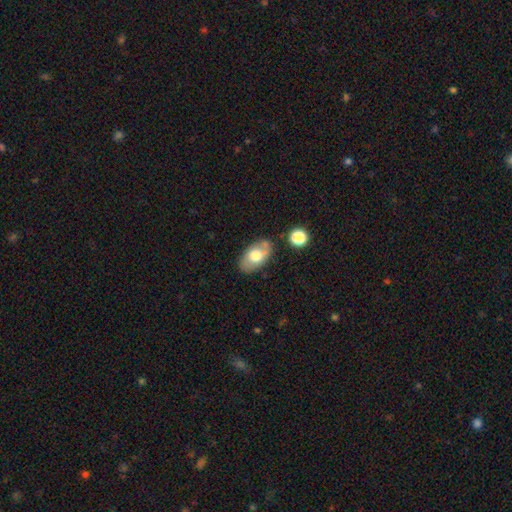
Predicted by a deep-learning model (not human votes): This is likely a smooth galaxy (62%). How rounded: clearly in between (91%). Merging: likely none (73%).